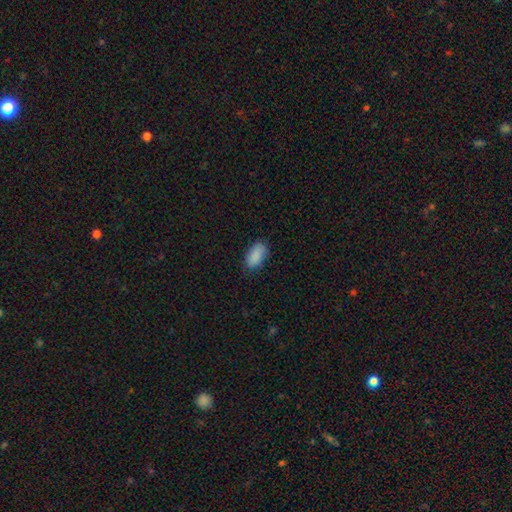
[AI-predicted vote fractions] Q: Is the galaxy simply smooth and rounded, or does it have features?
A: smooth — 89%.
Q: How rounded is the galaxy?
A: in between — 93%.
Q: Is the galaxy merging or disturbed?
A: none — 78%.